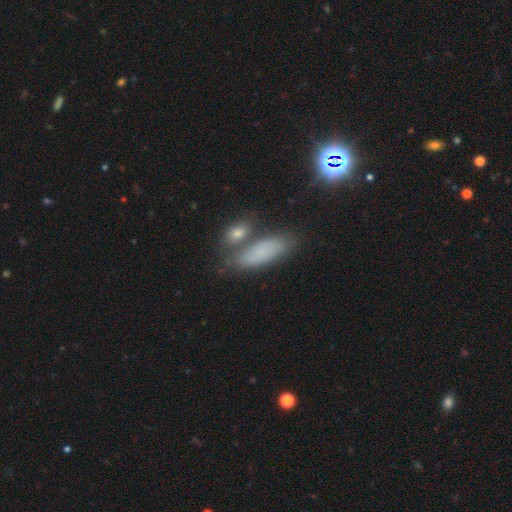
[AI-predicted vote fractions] This is likely a smooth galaxy (69%). How rounded: possibly in between (58%). Merging: possibly none (59%).